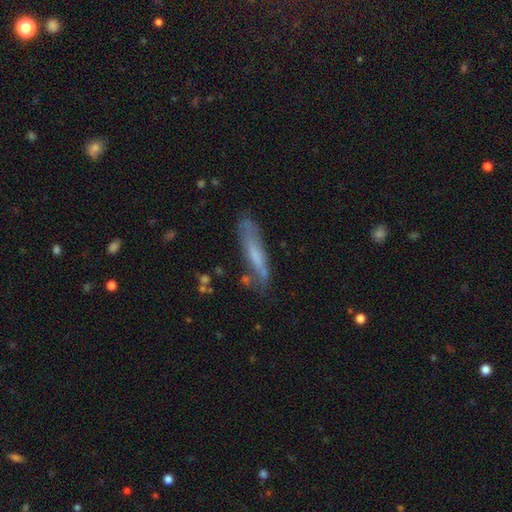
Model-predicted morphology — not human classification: Smooth or featured? smooth (54%)
How rounded? cigar-shaped (84%)
Merging? none (63%)